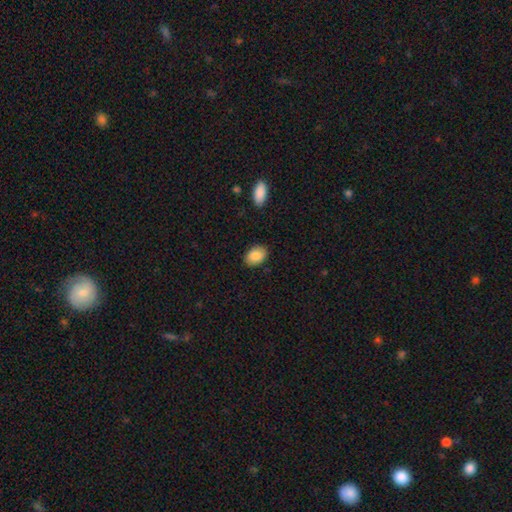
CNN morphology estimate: The model was most divided on "how rounded": in between: 83%, round: 15%, cigar-shaped: 1%. More confident: smooth or featured — smooth (88%); merging — none (86%).